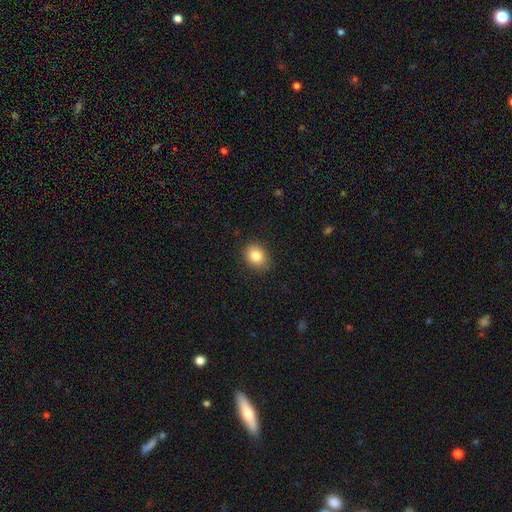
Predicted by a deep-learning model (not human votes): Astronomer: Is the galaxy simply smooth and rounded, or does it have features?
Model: smooth — 85%.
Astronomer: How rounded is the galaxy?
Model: round — 51% (runner-up: in between, 48%).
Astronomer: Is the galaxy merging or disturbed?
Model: none — 86%.